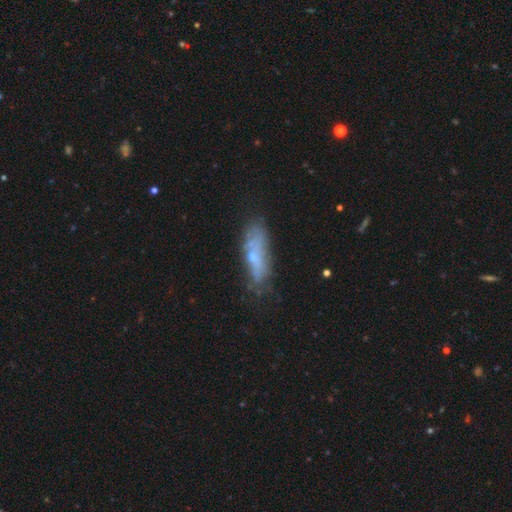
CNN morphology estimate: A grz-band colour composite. It shows a smooth galaxy with no disk features (45%). Merging: none (53%).